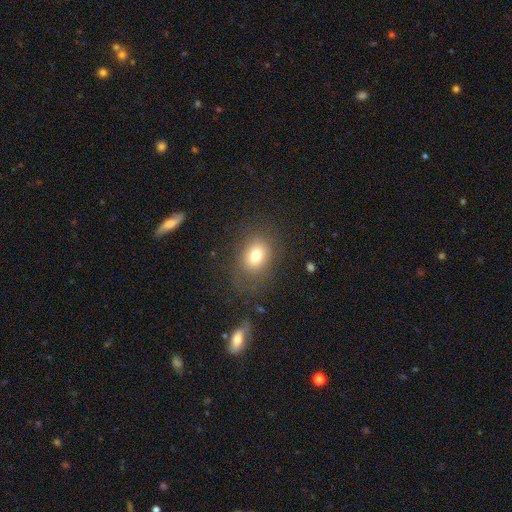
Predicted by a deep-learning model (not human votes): Smooth or featured?
  - smooth: 75% *
  - featured or disk: 13%
  - star or artifact: 13%
How rounded?
  - in between: 55% *
  - round: 44%
  - cigar-shaped: 1%
Merging?
  - none: 75% *
  - minor disturbance: 15%
  - major disturbance: 9%
  - merger: 2%